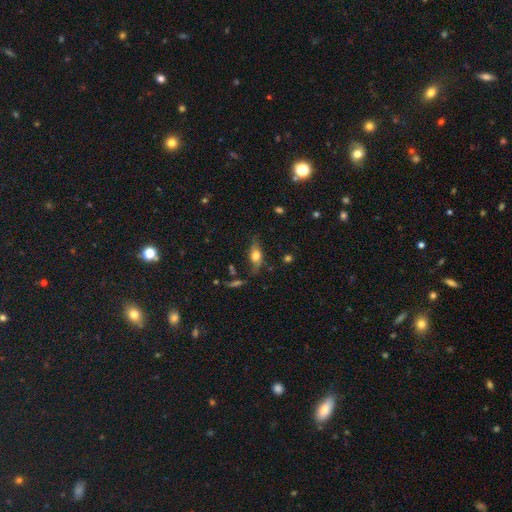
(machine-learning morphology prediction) This appears to be a smooth galaxy with no disk features (55%) that is in between round and cigar-shaped (72%). Merging: none (65%).